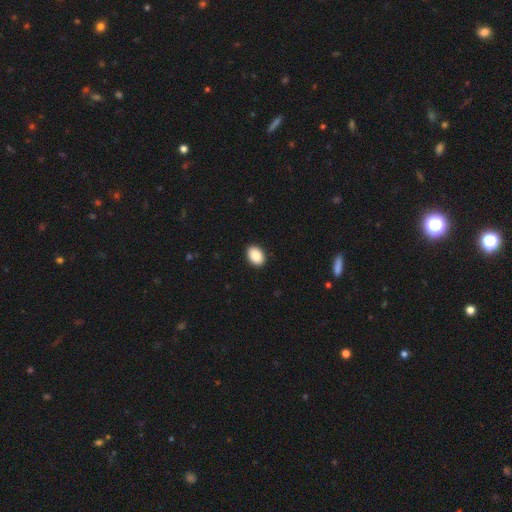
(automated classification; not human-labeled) This appears to be a smooth galaxy with no disk features (90%) that is in between round and cigar-shaped (79%). Merging: none (91%).